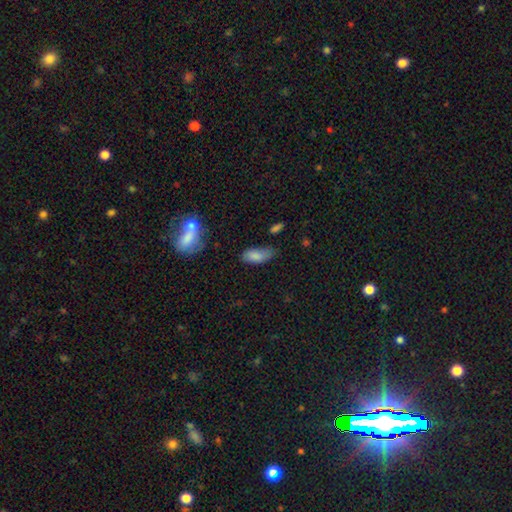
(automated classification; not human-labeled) Smooth or featured? smooth (83%)
How rounded? in between (84%)
Merging? none (51%)